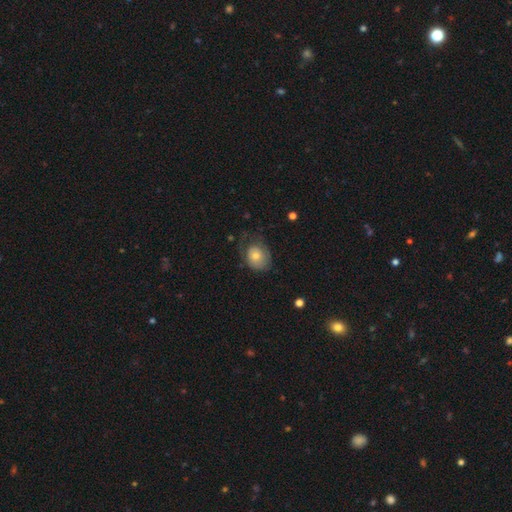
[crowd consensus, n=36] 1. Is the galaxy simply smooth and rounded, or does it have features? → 81% smooth, 14% featured or disk, 6% star or artifact.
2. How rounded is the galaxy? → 55% in between, 45% round, 0% cigar-shaped.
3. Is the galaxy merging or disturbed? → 47% none, 29% major disturbance, 24% minor disturbance, 0% merger.